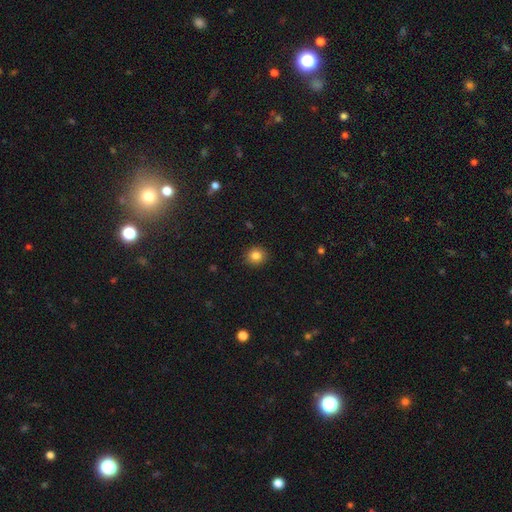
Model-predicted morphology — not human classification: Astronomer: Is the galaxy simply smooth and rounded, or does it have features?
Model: smooth — 84%.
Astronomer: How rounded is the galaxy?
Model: round — 85%.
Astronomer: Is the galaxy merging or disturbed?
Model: none — 91%.